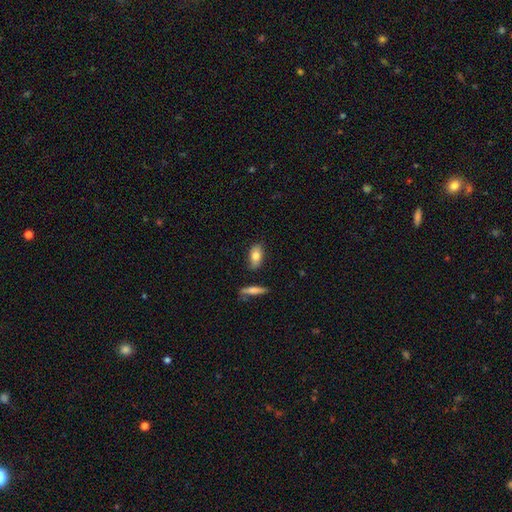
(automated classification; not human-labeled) The model was most divided on "smooth or featured": smooth: 78%, featured or disk: 15%, star or artifact: 7%. More confident: how rounded — in between (87%); merging — none (79%).